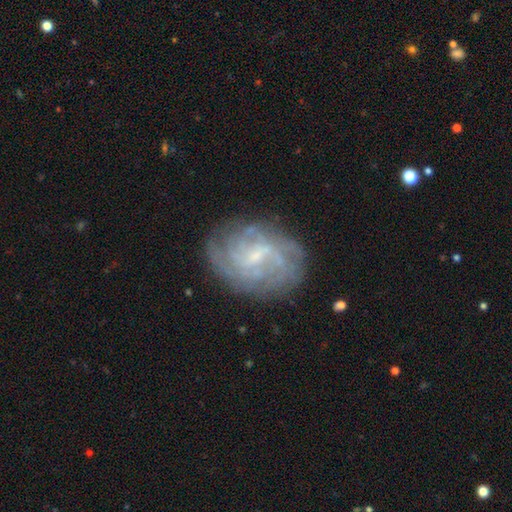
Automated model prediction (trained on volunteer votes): Smooth or featured: featured or disk — 79% (smooth — 13%)
Edge-on disk: no — 97% (yes — 3%)
Bar: weak — 59% (no — 28%)
Spiral arms: yes — 87% (no — 13%)
Spiral winding: tight — 55% (medium — 33%)
Spiral arm count: can't tell — 48% (2 — 15%)
Bulge size: small — 60% (moderate — 20%)
Merging: none — 72% (minor disturbance — 17%)